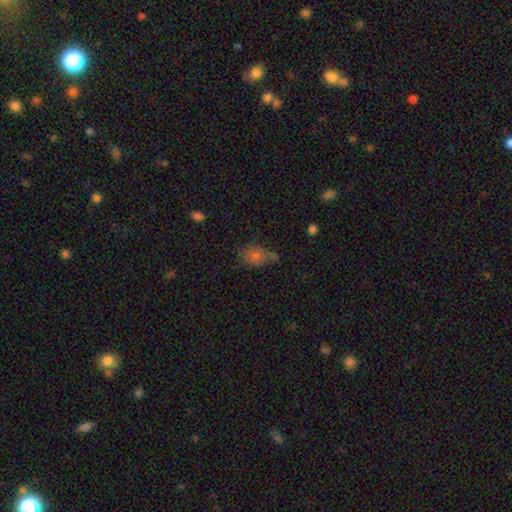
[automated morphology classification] Smooth or featured? smooth (70%)
How rounded? in between (63%)
Merging? none (55%)